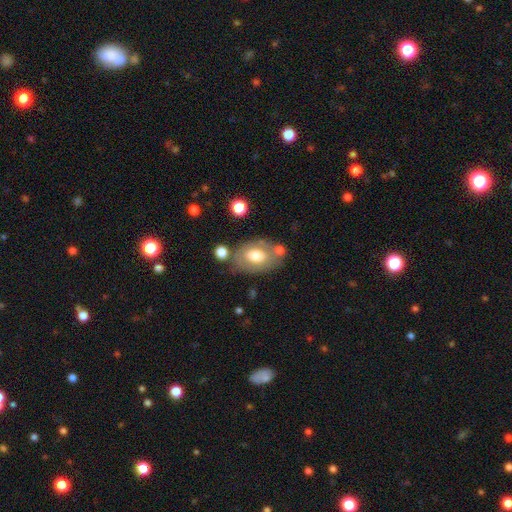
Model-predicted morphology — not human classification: Smooth or featured? smooth (61%)
How rounded? in between (83%)
Merging? none (64%)